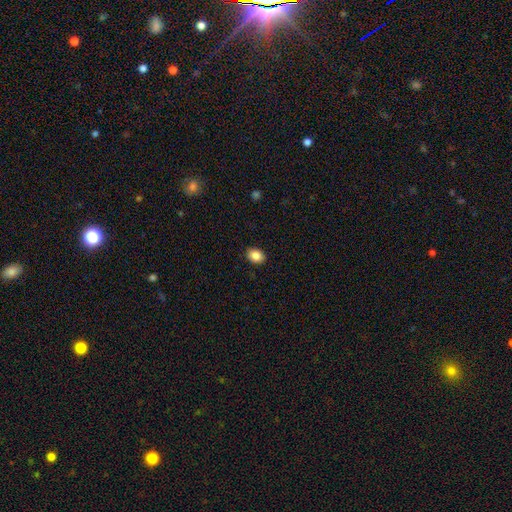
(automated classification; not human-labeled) Overall: smooth (86%). How rounded: in between (64%; round 35%). Merging: none (90%).